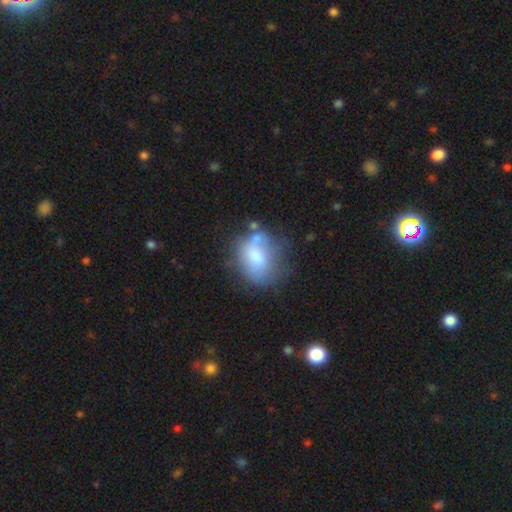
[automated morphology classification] smooth_or_featured: smooth (p=0.65) [alt: featured or disk p=0.26]
how_rounded: in between (p=0.65) [alt: round p=0.33]
merging: none (p=0.38) [alt: minor disturbance p=0.27]